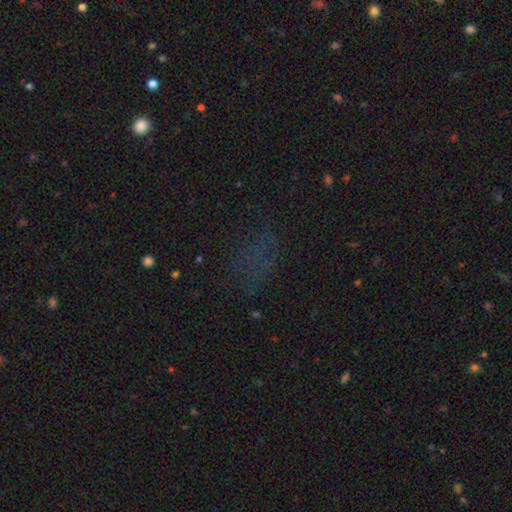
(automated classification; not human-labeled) smooth-or-featured: star or artifact: 51% | smooth: 36% | featured or disk: 14%